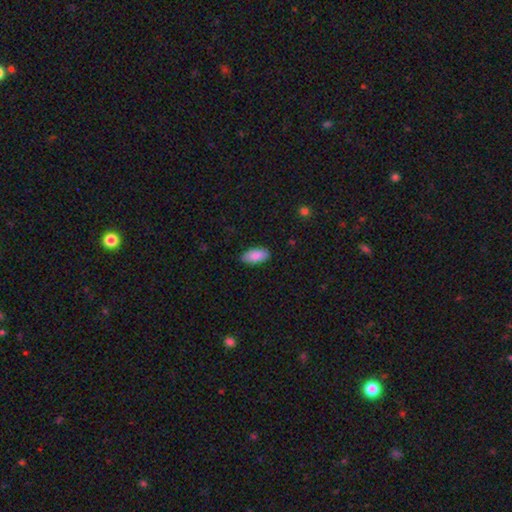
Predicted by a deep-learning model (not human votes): Smooth or featured?
  - smooth: 89% *
  - star or artifact: 6%
  - featured or disk: 5%
How rounded?
  - in between: 92% *
  - cigar-shaped: 6%
  - round: 2%
Merging?
  - none: 86% *
  - minor disturbance: 11%
  - major disturbance: 2%
  - merger: 1%